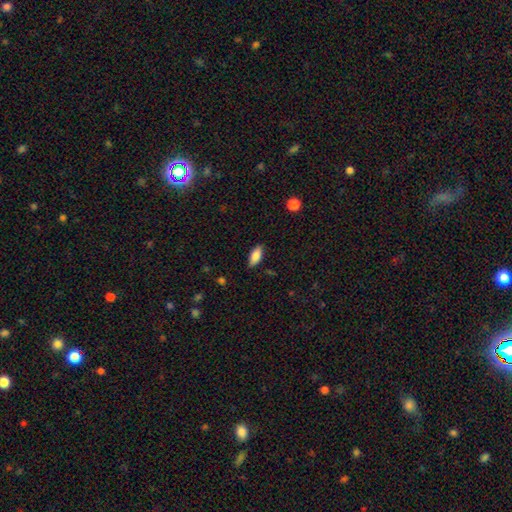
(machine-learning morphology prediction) This is clearly a smooth galaxy (83%). How rounded: clearly in between (85%). Merging: clearly none (86%).